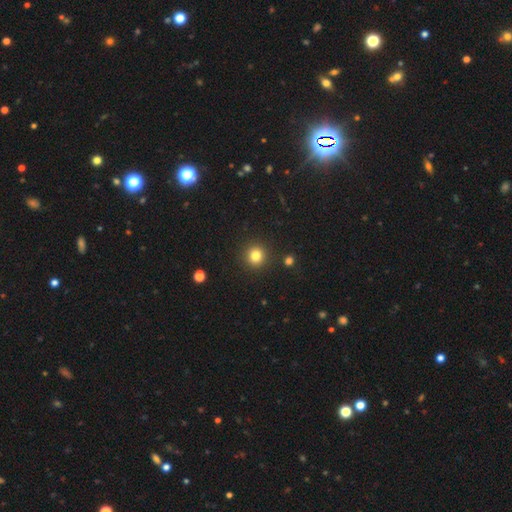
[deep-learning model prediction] smooth_or_featured: smooth (p=0.82) [alt: star or artifact p=0.13]
how_rounded: round (p=0.92) [alt: in between p=0.07]
merging: none (p=0.91) [alt: minor disturbance p=0.05]